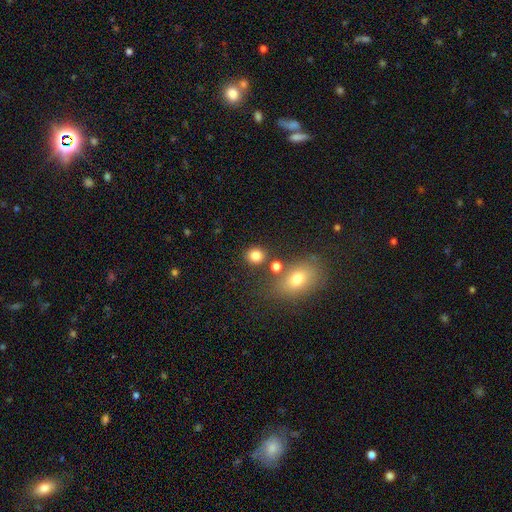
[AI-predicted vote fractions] Overall: smooth (81%). How rounded: round (78%). Merging: none (76%).